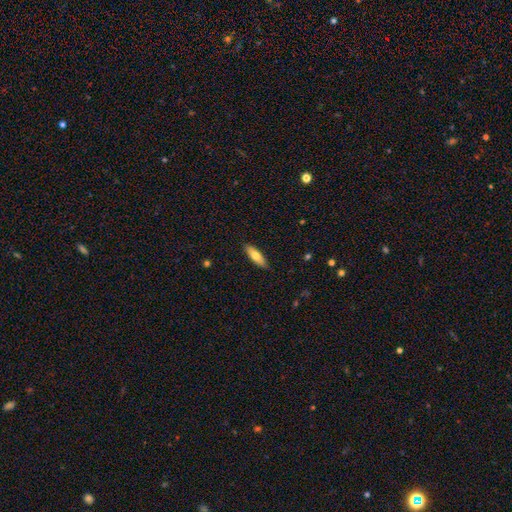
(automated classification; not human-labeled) A smooth galaxy with no disk features (65%) that is cigar-shaped (53%). Merging: none (88%).